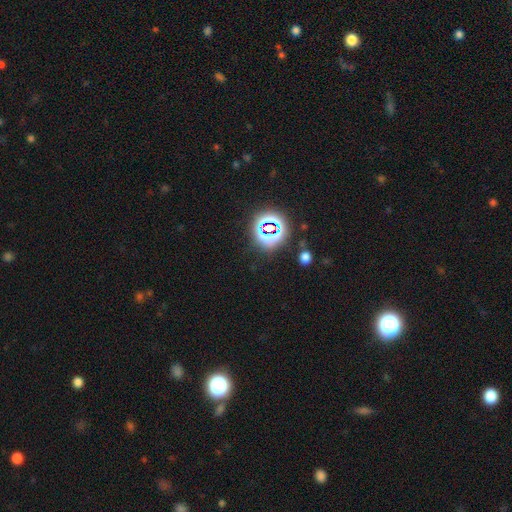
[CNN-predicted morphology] Overall: star or artifact (78%).